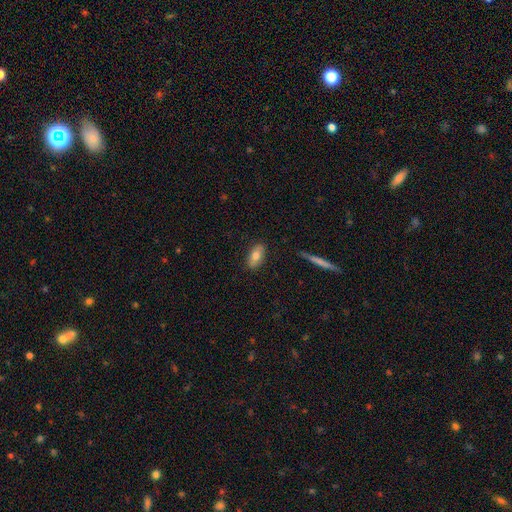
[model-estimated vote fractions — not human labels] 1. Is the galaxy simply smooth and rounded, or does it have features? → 74% smooth, 19% featured or disk, 7% star or artifact.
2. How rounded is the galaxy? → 85% in between, 11% cigar-shaped, 4% round.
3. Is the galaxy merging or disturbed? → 85% none, 11% minor disturbance, 2% major disturbance, 2% merger.